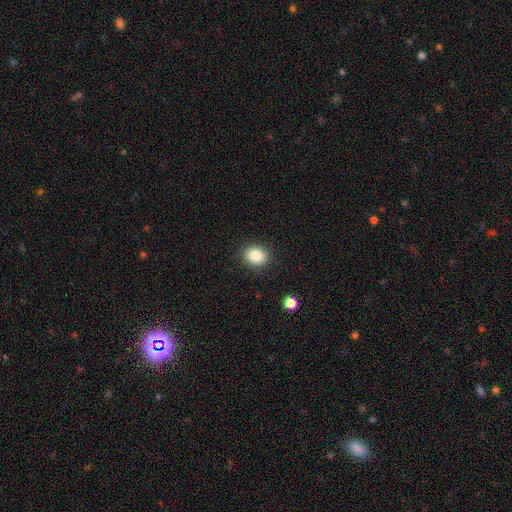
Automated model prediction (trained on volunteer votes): Q: Smooth or featured?
A: smooth (84%); runner-up: star or artifact (10%)
Q: How rounded?
A: round (66%); runner-up: in between (33%)
Q: Merging?
A: none (90%); runner-up: minor disturbance (7%)